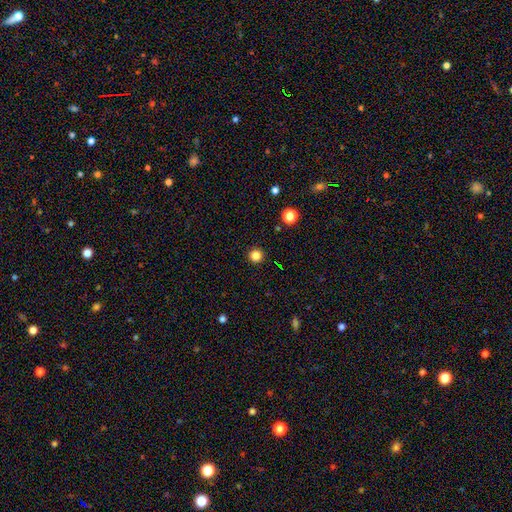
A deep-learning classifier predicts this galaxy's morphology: Smooth or featured?
  - smooth: 83% *
  - star or artifact: 13%
  - featured or disk: 4%
How rounded?
  - round: 96% *
  - in between: 3%
  - cigar-shaped: 1%
Merging?
  - none: 93% *
  - minor disturbance: 4%
  - major disturbance: 2%
  - merger: 1%